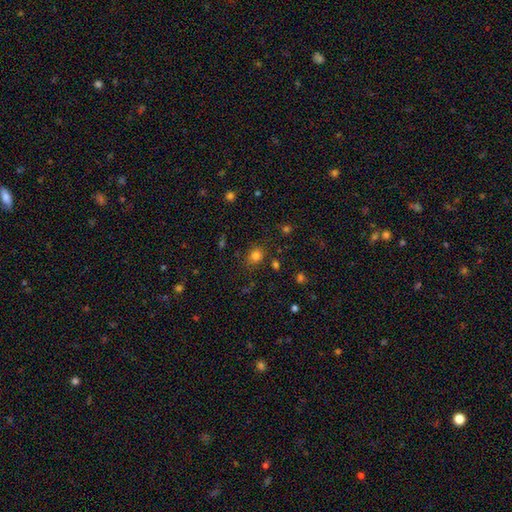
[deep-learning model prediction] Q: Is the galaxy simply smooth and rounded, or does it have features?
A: smooth — 80%.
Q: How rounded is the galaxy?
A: round — 66%.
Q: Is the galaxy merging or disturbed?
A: none — 81%.